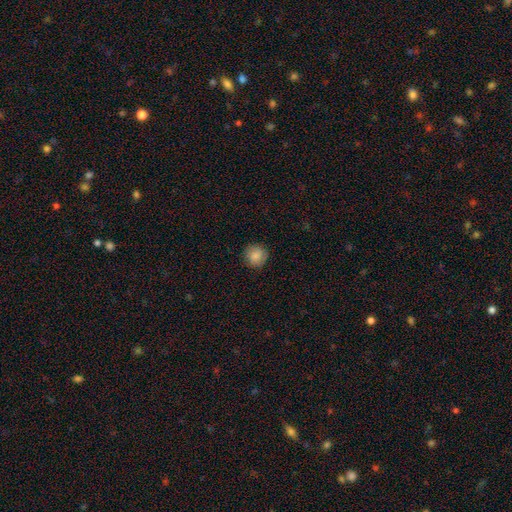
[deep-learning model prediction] A smooth galaxy with no disk features (86%) that is round (91%). Merging: none (88%).